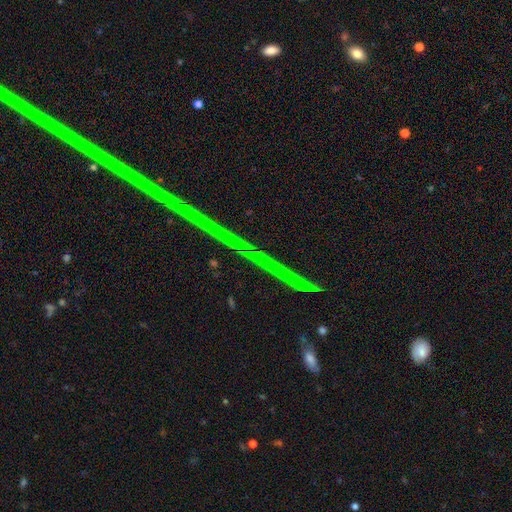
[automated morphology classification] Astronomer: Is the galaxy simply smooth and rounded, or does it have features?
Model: star or artifact — 80%.